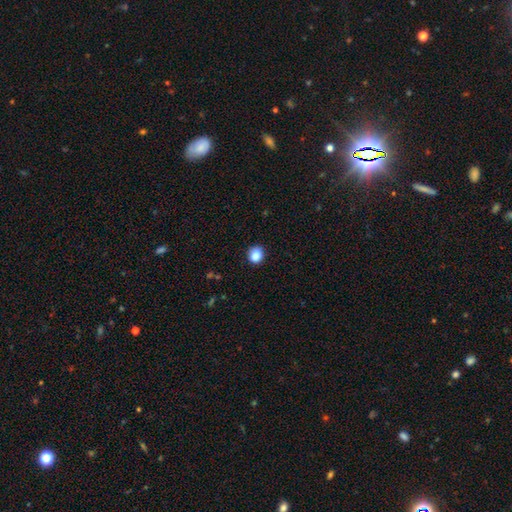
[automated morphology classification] This appears to be a smooth galaxy with no disk features (87%) that is round (80%). Merging: none (88%).